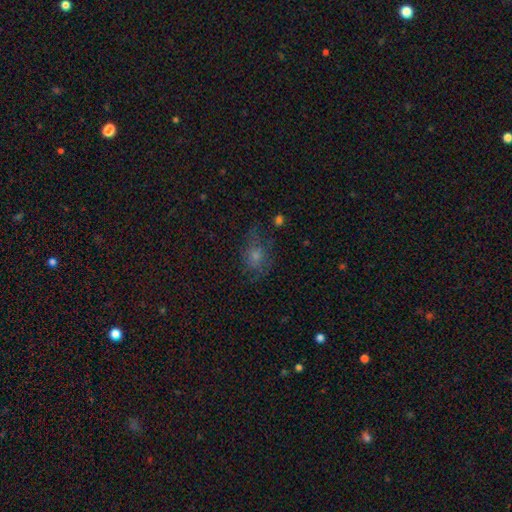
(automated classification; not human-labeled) Q: Smooth or featured?
A: smooth (55%); runner-up: featured or disk (27%)
Q: How rounded?
A: in between (56%); runner-up: round (41%)
Q: Merging?
A: none (56%); runner-up: minor disturbance (23%)